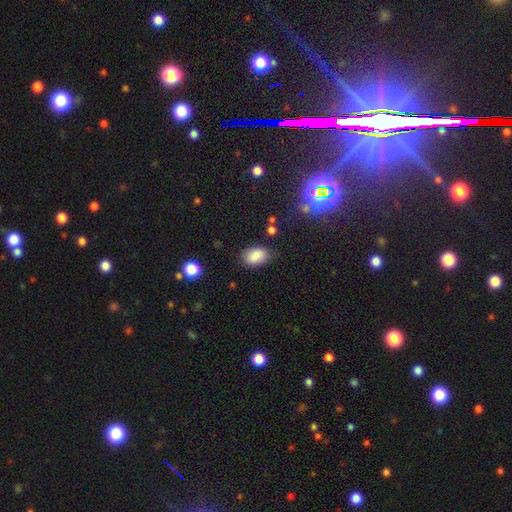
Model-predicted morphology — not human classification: smooth_or_featured: smooth (p=0.85) [alt: star or artifact p=0.09]
how_rounded: in between (p=0.86) [alt: round p=0.12]
merging: none (p=0.77) [alt: minor disturbance p=0.17]